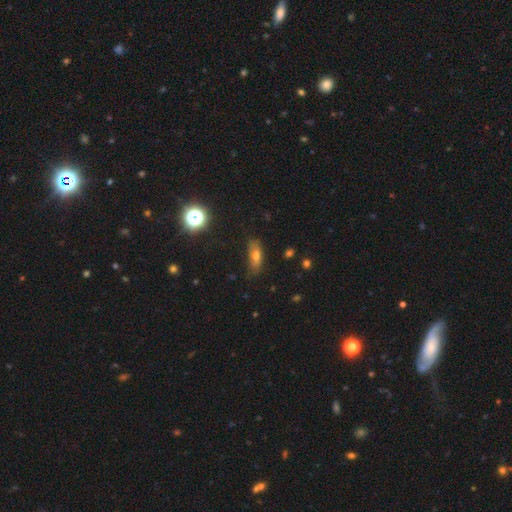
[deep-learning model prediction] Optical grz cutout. It shows a smooth galaxy with no disk features (64%) that is in between round and cigar-shaped (69%). Merging: none (65%).